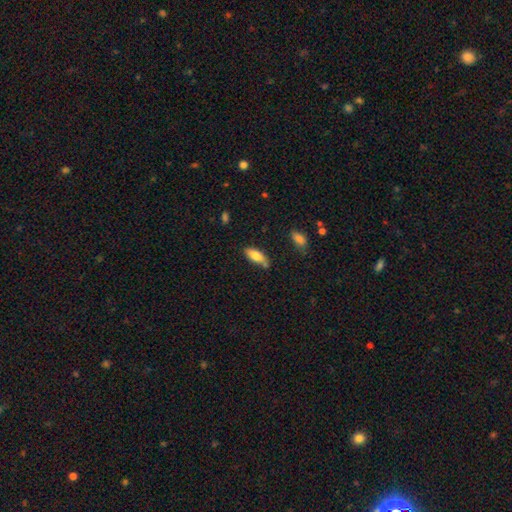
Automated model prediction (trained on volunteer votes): Q: Smooth or featured?
A: smooth (78%); runner-up: featured or disk (15%)
Q: How rounded?
A: in between (77%); runner-up: cigar-shaped (21%)
Q: Merging?
A: none (63%); runner-up: minor disturbance (24%)